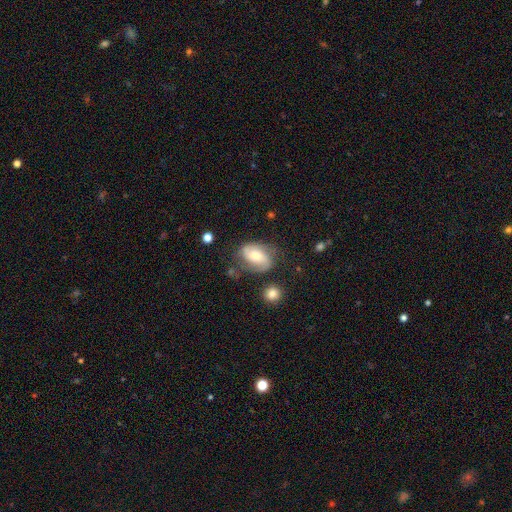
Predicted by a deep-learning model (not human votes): The model was most divided on "bar": no: 47%, weak: 40%, strong: 13%. Remaining: edge-on disk — no (96%); spiral arms — yes (88%); spiral arm count — 2 (84%); merging — none (61%); smooth or featured — featured or disk (59%); bulge size — moderate (55%); spiral winding — medium (44%).